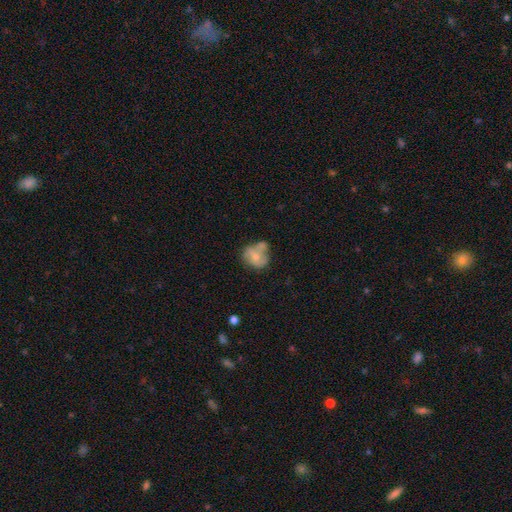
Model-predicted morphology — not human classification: A smooth galaxy with no disk features (51%) that is round (59%).

Vote fractions:
- Smooth or featured? smooth: 51% / featured or disk: 41% / star or artifact: 8%
- How rounded? round: 59% / in between: 40% / cigar-shaped: 1%
- Merging? none: 35% / merger: 29% / minor disturbance: 23% / major disturbance: 12%